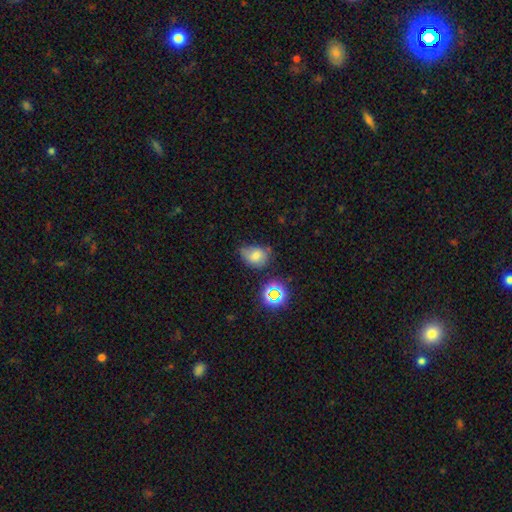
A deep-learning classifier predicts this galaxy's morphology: Q: Smooth or featured?
A: smooth (68%); runner-up: star or artifact (18%)
Q: How rounded?
A: in between (63%); runner-up: round (35%)
Q: Merging?
A: none (48%); runner-up: minor disturbance (36%)